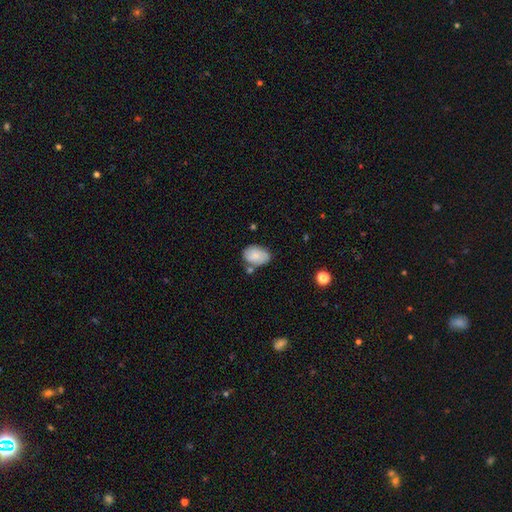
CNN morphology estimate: smooth-or-featured: smooth: 71% | featured or disk: 22% | star or artifact: 7%
  how-rounded: in between: 82% | round: 17% | cigar-shaped: 1%
  merging: none: 56% | minor disturbance: 25% | merger: 14% | major disturbance: 6%